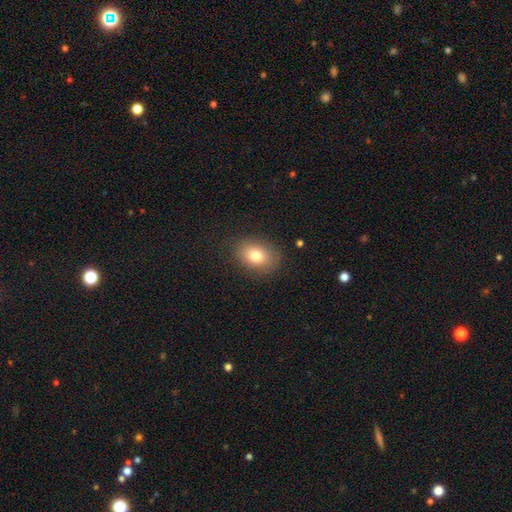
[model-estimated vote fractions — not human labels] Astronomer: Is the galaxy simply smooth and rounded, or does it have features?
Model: smooth — 79%.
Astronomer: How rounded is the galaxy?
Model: in between — 64%.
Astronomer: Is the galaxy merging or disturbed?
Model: none — 84%.